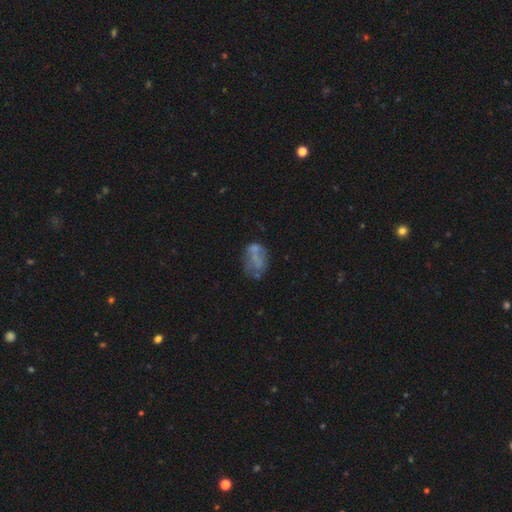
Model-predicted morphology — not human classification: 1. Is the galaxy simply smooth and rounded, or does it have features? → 45% smooth, 42% featured or disk, 13% star or artifact.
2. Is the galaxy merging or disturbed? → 40% none, 24% minor disturbance, 22% major disturbance, 14% merger.